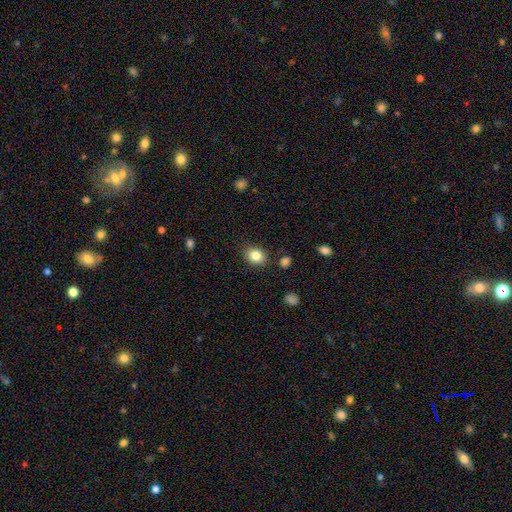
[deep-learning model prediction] smooth 83%, star or artifact 10%, featured or disk 7%. Down the decision tree: how rounded — round (52%); merging — none (85%).